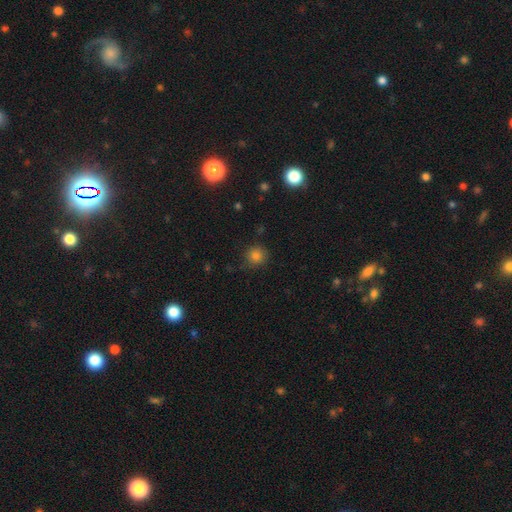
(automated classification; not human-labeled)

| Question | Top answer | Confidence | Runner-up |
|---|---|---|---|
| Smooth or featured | smooth | 81% | star or artifact (14%) |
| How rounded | round | 92% | in between (7%) |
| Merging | none | 85% | minor disturbance (11%) |